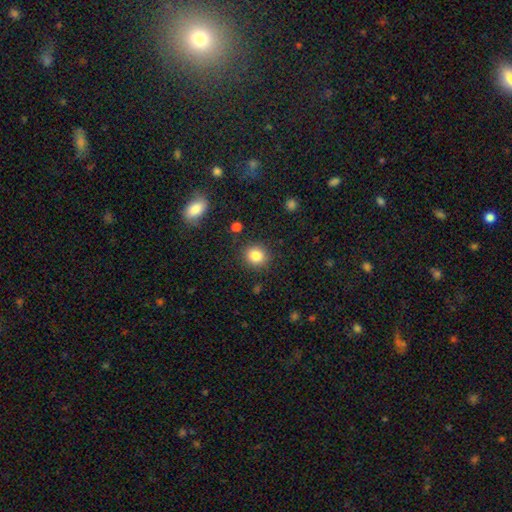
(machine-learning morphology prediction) smooth 84%, star or artifact 10%, featured or disk 5%. Down the decision tree: how rounded — round (83%); merging — none (88%).